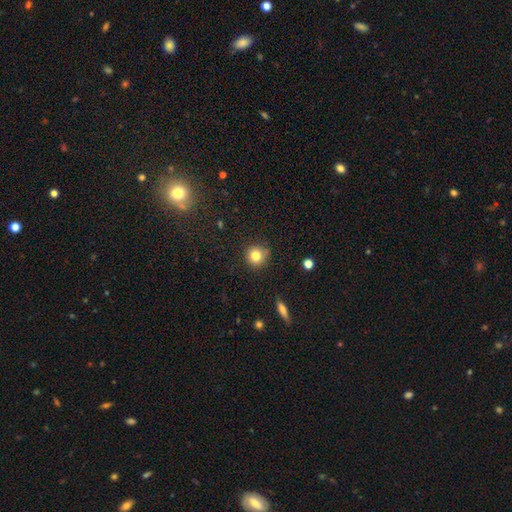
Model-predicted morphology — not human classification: Smooth or featured: smooth — 81% (star or artifact — 11%)
How rounded: round — 92% (in between — 7%)
Merging: none — 82% (minor disturbance — 13%)